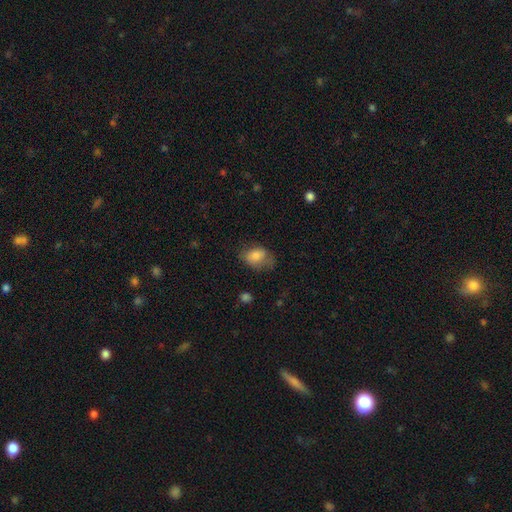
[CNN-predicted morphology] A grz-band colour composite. It shows a smooth galaxy with no disk features (79%) that is in between round and cigar-shaped (73%). Merging: none (46%).